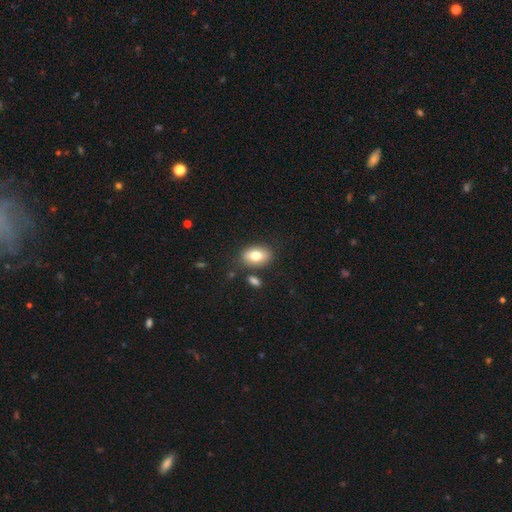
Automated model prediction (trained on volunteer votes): A smooth galaxy with no disk features (80%) that is in between round and cigar-shaped (85%). Merging: none (79%).